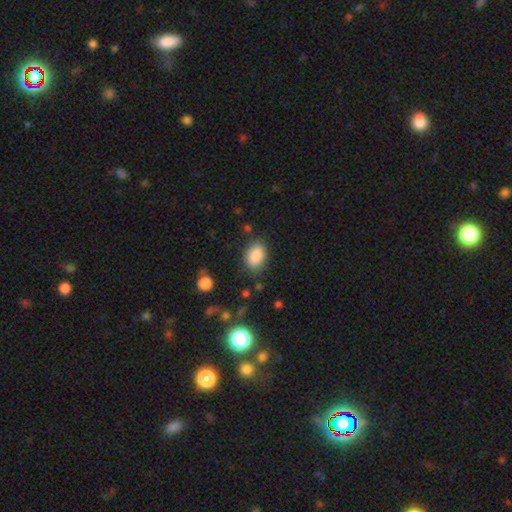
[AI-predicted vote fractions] Smooth or featured? smooth (87%)
How rounded? in between (85%)
Merging? none (80%)